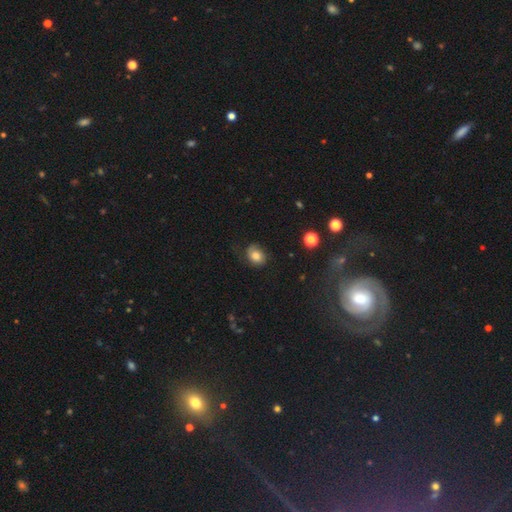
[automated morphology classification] Smooth or featured: smooth — 73% (featured or disk — 17%)
How rounded: in between — 51% (round — 48%)
Merging: none — 61% (minor disturbance — 26%)